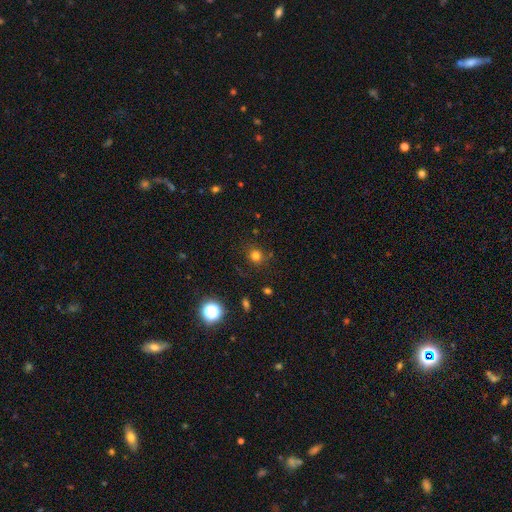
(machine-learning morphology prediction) The model was most divided on "smooth or featured": smooth: 75%, star or artifact: 19%, featured or disk: 6%. More confident: how rounded — round (89%); merging — none (82%).